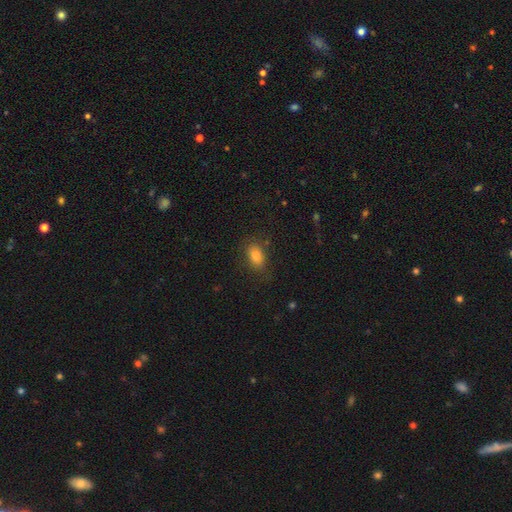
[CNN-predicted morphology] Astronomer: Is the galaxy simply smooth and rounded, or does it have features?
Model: smooth — 80%.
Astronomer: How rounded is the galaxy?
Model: in between — 86%.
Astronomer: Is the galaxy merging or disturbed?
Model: none — 77%.